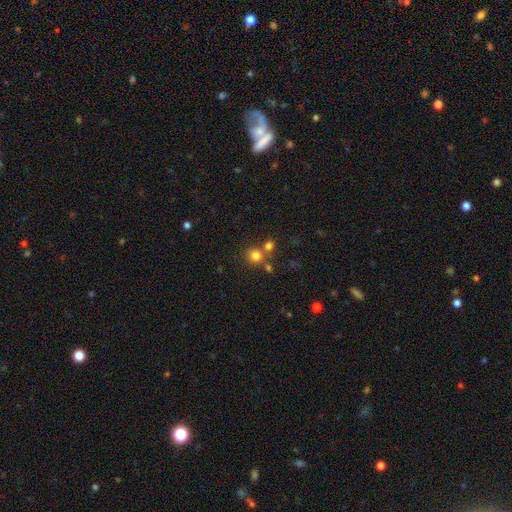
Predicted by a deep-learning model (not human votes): A smooth galaxy with no disk features (78%) that is round (89%).

Vote fractions:
- Smooth or featured? smooth: 78% / star or artifact: 15% / featured or disk: 7%
- How rounded? round: 89% / in between: 10% / cigar-shaped: 1%
- Merging? none: 63% / merger: 25% / minor disturbance: 8% / major disturbance: 4%